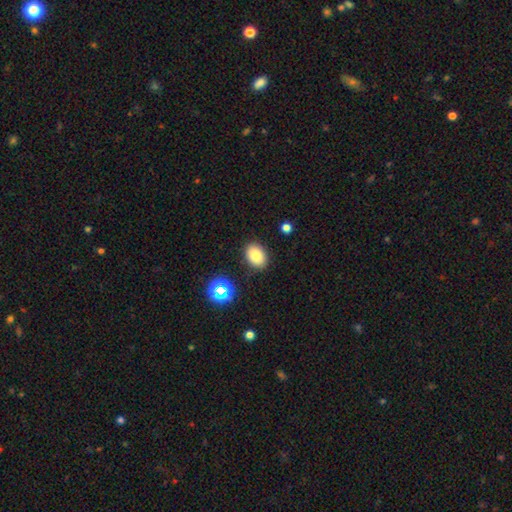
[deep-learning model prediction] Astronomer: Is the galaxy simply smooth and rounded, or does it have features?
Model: smooth — 81%.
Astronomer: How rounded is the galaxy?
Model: in between — 76%.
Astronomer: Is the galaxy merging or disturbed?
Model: none — 86%.